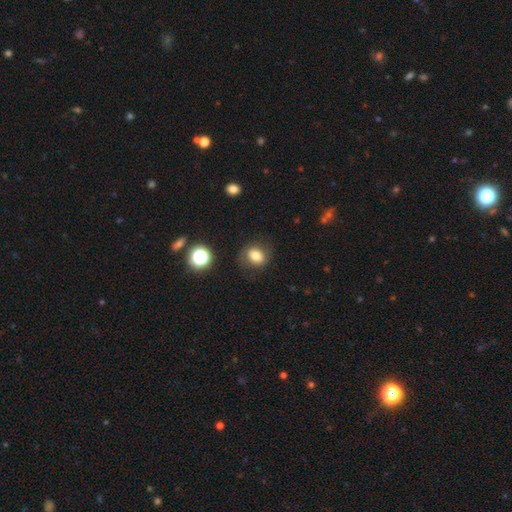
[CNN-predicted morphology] smooth-or-featured: smooth: 77% | star or artifact: 12% | featured or disk: 12%
  how-rounded: round: 50% | in between: 49% | cigar-shaped: 1%
  merging: none: 77% | minor disturbance: 15% | major disturbance: 6% | merger: 2%